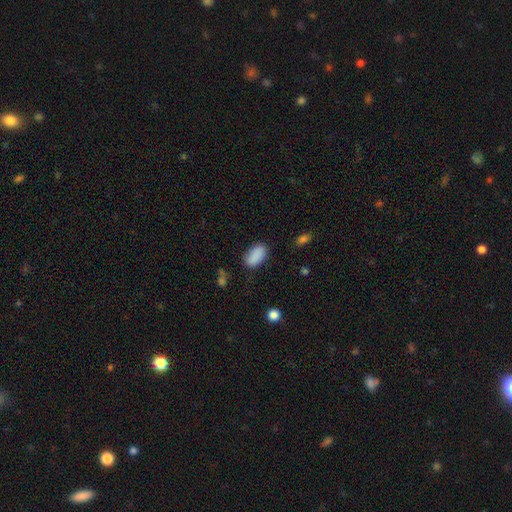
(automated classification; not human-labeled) smooth-or-featured: smooth: 89% | star or artifact: 8% | featured or disk: 4%
  how-rounded: in between: 94% | round: 4% | cigar-shaped: 2%
  merging: none: 82% | minor disturbance: 12% | major disturbance: 3% | merger: 2%